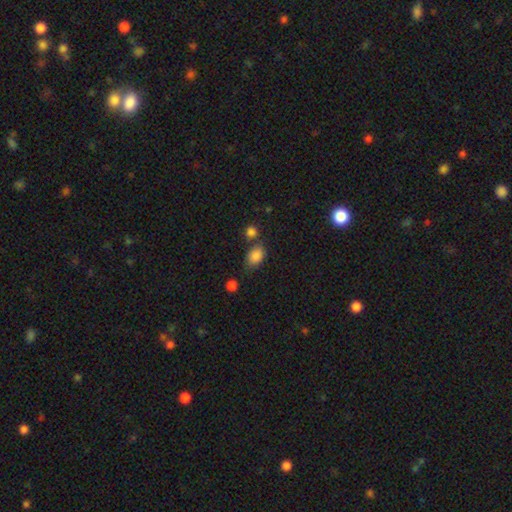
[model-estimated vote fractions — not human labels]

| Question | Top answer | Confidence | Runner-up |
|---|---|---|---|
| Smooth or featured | smooth | 85% | star or artifact (9%) |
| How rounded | in between | 80% | round (18%) |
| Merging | none | 60% | minor disturbance (18%) |